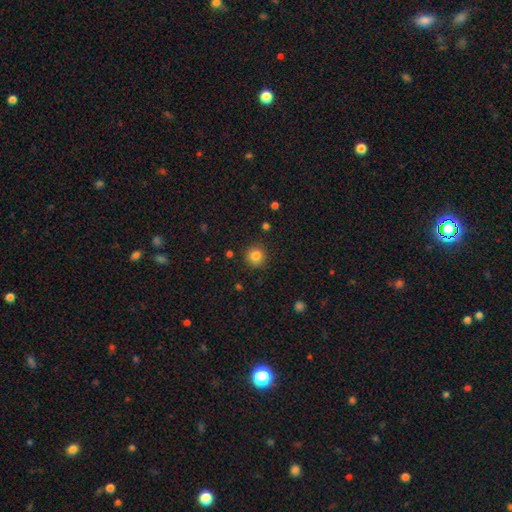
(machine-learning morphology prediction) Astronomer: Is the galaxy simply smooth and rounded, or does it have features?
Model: smooth — 83%.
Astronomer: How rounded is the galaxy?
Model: round — 93%.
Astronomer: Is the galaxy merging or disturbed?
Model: none — 89%.